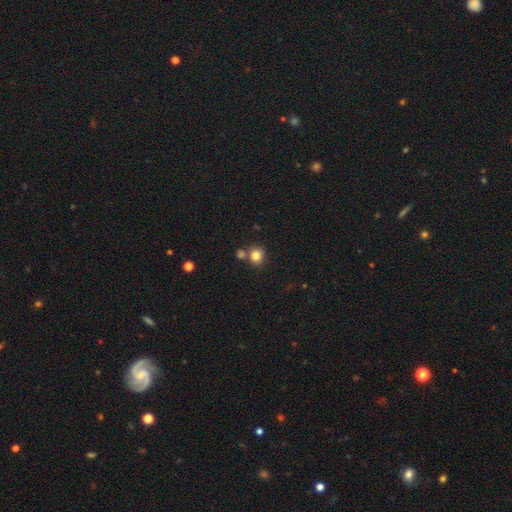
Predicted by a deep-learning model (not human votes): A smooth galaxy with no disk features (81%) that is round (82%). Merging: none (69%).